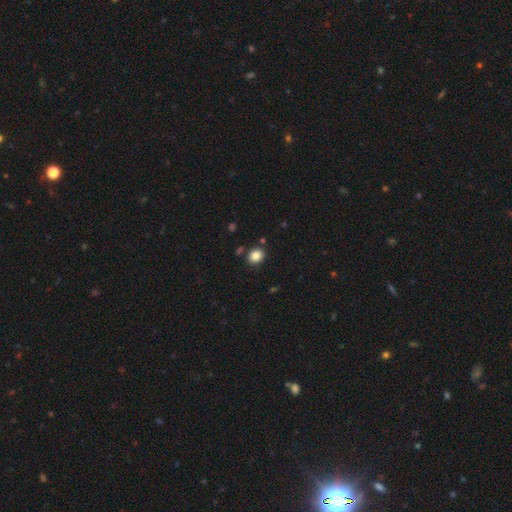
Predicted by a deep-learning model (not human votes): Morphology: type=smooth (84%); roundness=round (66%); merging=none (85%).